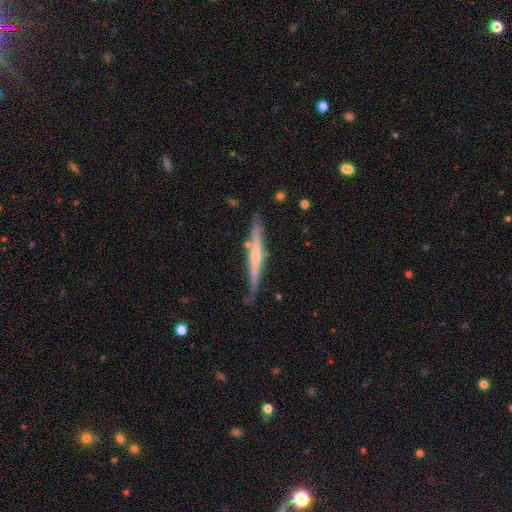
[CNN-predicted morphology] Smooth or featured? featured or disk (62%)
Edge-on disk? yes (96%)
Edge-on bulge? none (53%)
Merging? none (76%)